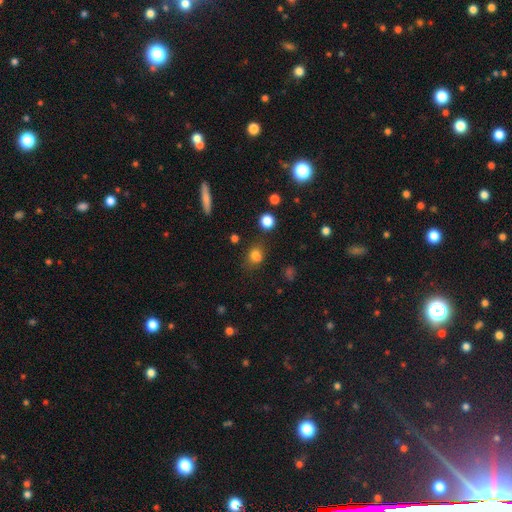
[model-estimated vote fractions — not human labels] A smooth galaxy with no disk features (78%) that is round (50%).

Vote fractions:
- Smooth or featured? smooth: 78% / star or artifact: 15% / featured or disk: 6%
- How rounded? round: 50% / in between: 48% / cigar-shaped: 2%
- Merging? none: 68% / minor disturbance: 17% / merger: 9% / major disturbance: 7%